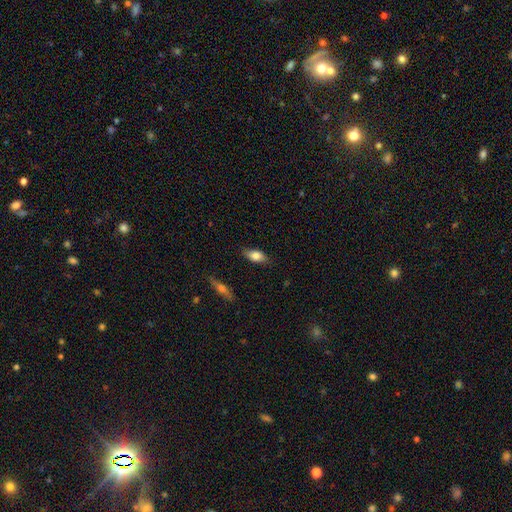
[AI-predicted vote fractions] Morphology: type=smooth (78%); roundness=in between (84%); merging=none (80%).